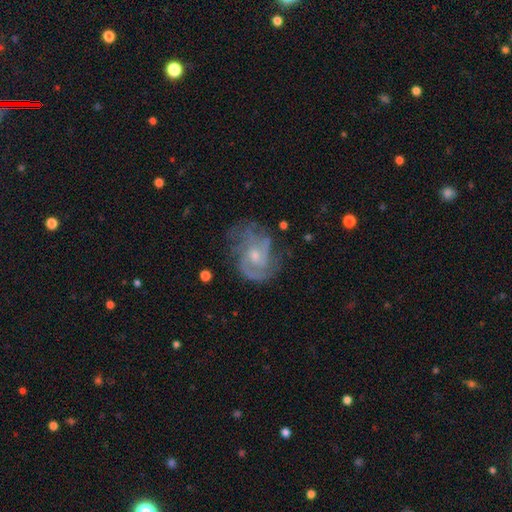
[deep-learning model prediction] Smooth or featured: featured or disk — 81% (smooth — 12%)
Edge-on disk: no — 98% (yes — 2%)
Bar: no — 57% (weak — 38%)
Spiral arms: yes — 91% (no — 9%)
Spiral winding: medium — 47% (tight — 35%)
Spiral arm count: 2 — 36% (can't tell — 26%)
Bulge size: small — 53% (moderate — 40%)
Merging: none — 61% (minor disturbance — 22%)